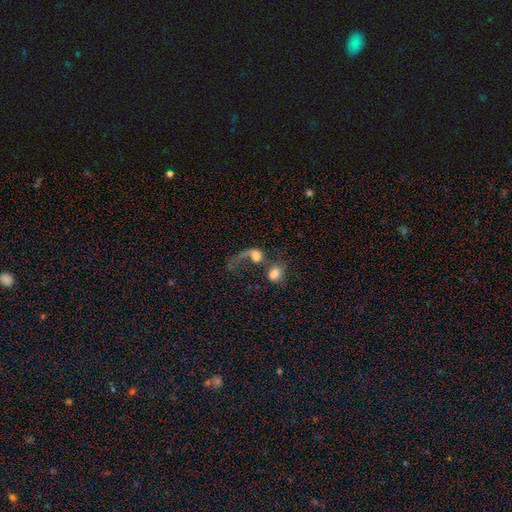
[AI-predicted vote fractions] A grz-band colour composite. It shows a smooth galaxy with no disk features (54%) that is round (48%, tied with in between). Merging: merger (51%).